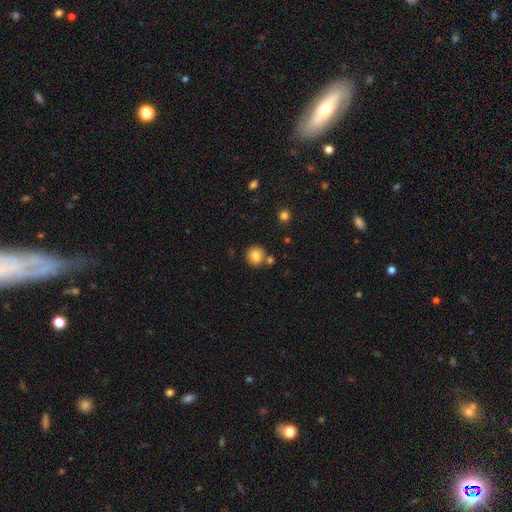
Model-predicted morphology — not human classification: smooth-or-featured: smooth: 84% | star or artifact: 9% | featured or disk: 7%
  how-rounded: round: 91% | in between: 8% | cigar-shaped: 1%
  merging: none: 76% | merger: 13% | minor disturbance: 9% | major disturbance: 3%